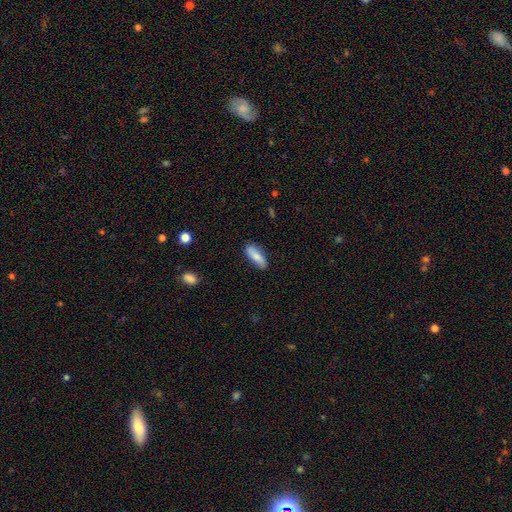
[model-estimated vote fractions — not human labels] smooth_or_featured: smooth (p=0.76) [alt: featured or disk p=0.18]
how_rounded: in between (p=0.63) [alt: cigar-shaped p=0.34]
merging: none (p=0.82) [alt: minor disturbance p=0.14]